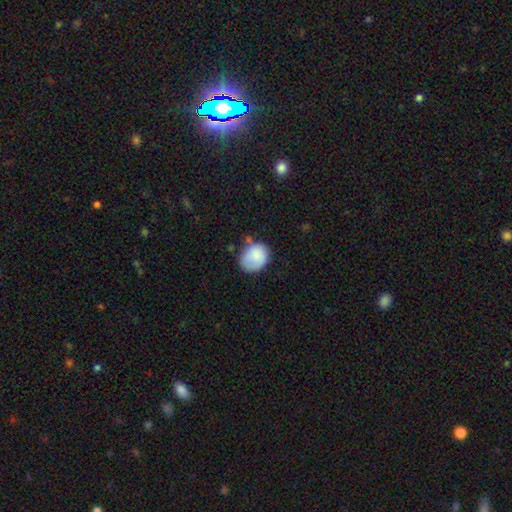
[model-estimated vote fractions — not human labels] Smooth or featured?
  - smooth: 83% *
  - featured or disk: 10%
  - star or artifact: 7%
How rounded?
  - in between: 50% *
  - round: 49%
  - cigar-shaped: 1%
Merging?
  - none: 54% *
  - minor disturbance: 31%
  - major disturbance: 10%
  - merger: 5%